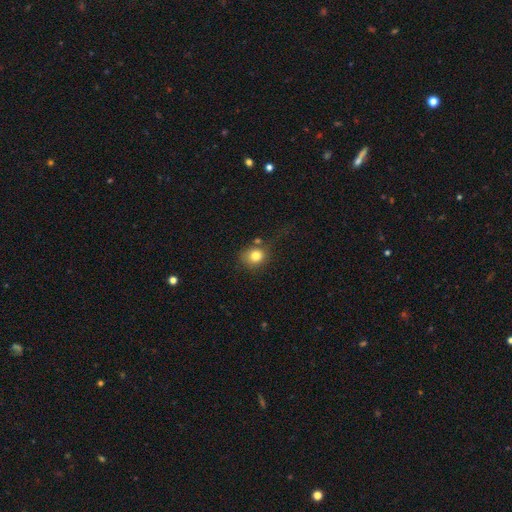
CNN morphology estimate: smooth-or-featured: smooth: 79% | star or artifact: 11% | featured or disk: 9%
  how-rounded: round: 76% | in between: 23% | cigar-shaped: 1%
  merging: none: 60% | minor disturbance: 20% | major disturbance: 10% | merger: 10%